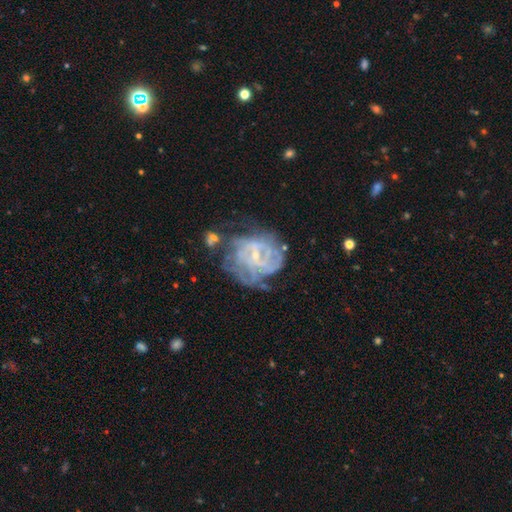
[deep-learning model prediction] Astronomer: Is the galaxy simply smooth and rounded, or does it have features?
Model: featured or disk — 80%.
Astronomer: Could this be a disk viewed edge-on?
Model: no — 98%.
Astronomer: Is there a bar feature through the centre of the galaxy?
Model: no — 48% (runner-up: weak, 42%).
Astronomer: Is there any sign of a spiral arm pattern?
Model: yes — 81%.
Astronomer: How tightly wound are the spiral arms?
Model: tight — 64%.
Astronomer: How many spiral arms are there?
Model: can't tell — 51%.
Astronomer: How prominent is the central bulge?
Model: small — 76%.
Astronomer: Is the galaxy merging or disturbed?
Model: none — 43% (runner-up: major disturbance, 25%).